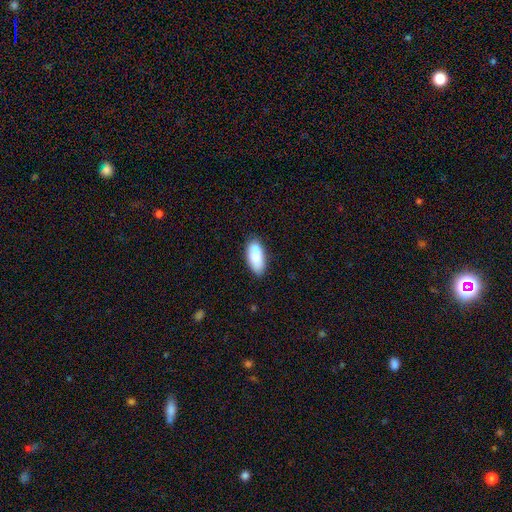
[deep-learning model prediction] smooth 84%, featured or disk 9%, star or artifact 7%. Down the decision tree: how rounded — in between (87%); merging — none (78%).